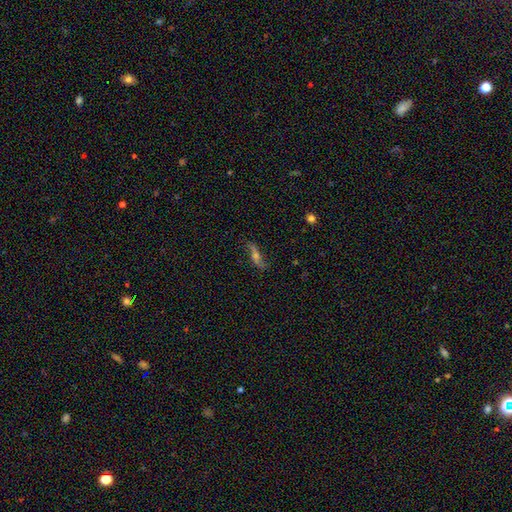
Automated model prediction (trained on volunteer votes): A featured or disk galaxy (60%). Merging: none (77%).